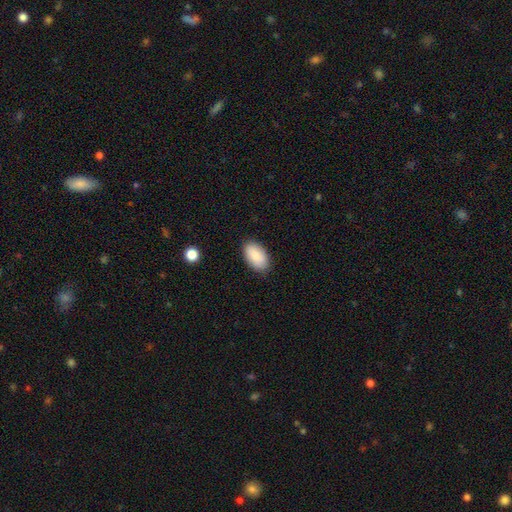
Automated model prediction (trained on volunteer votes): The model was most divided on "merging": none: 87%, minor disturbance: 10%, major disturbance: 2%, merger: 1%. More confident: how rounded — in between (95%); smooth or featured — smooth (88%).